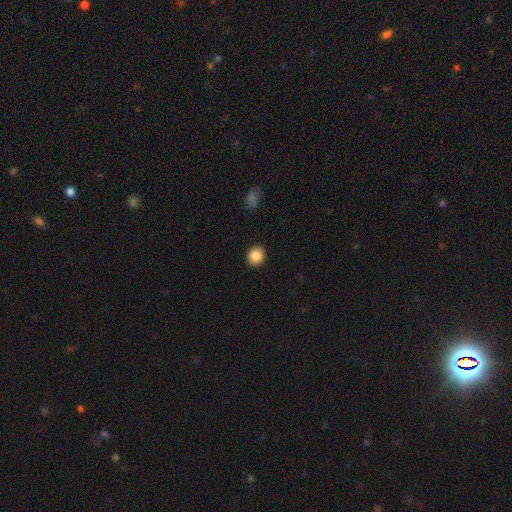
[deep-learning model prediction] smooth-or-featured: smooth: 88% | star or artifact: 8% | featured or disk: 4%
  how-rounded: round: 70% | in between: 29% | cigar-shaped: 1%
  merging: none: 90% | minor disturbance: 7% | major disturbance: 2% | merger: 1%